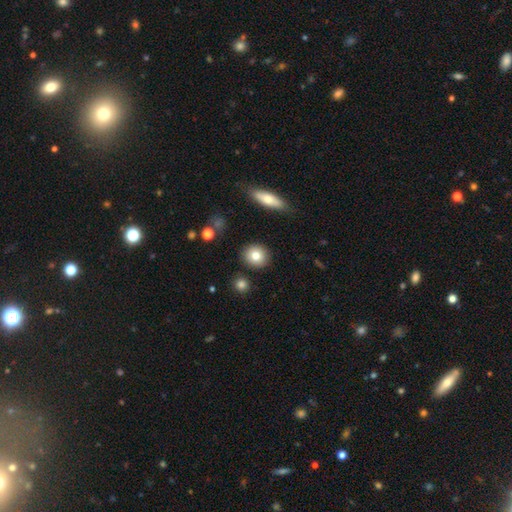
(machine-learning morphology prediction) A smooth galaxy with no disk features (81%) that is round (82%).

Vote fractions:
- Smooth or featured? smooth: 81% / featured or disk: 11% / star or artifact: 8%
- How rounded? round: 82% / in between: 16% / cigar-shaped: 2%
- Merging? none: 89% / minor disturbance: 7% / merger: 3% / major disturbance: 2%